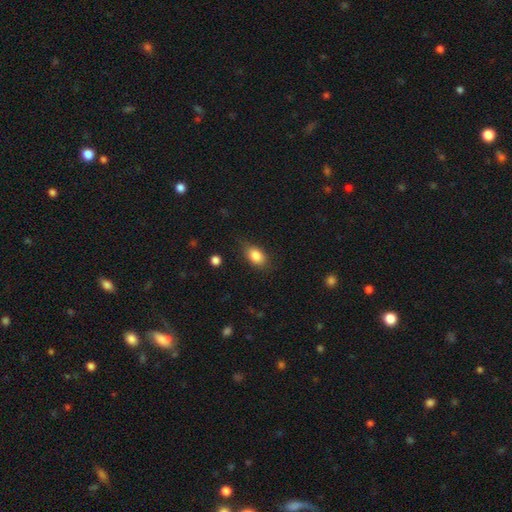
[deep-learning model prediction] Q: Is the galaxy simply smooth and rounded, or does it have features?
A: smooth — 84%.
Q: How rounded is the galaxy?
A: in between — 83%.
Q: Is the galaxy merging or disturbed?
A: none — 75%.